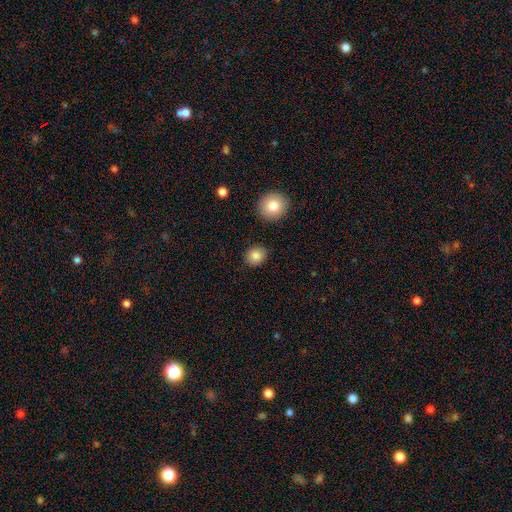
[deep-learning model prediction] Smooth or featured? smooth (85%)
How rounded? round (70%)
Merging? none (88%)